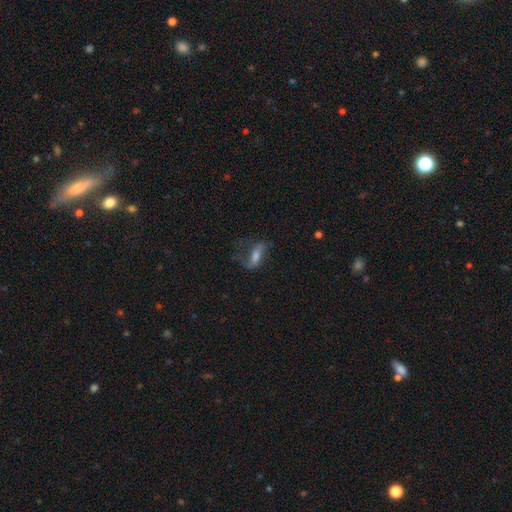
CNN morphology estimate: A featured or disk galaxy (53%). Merging: none (47%).